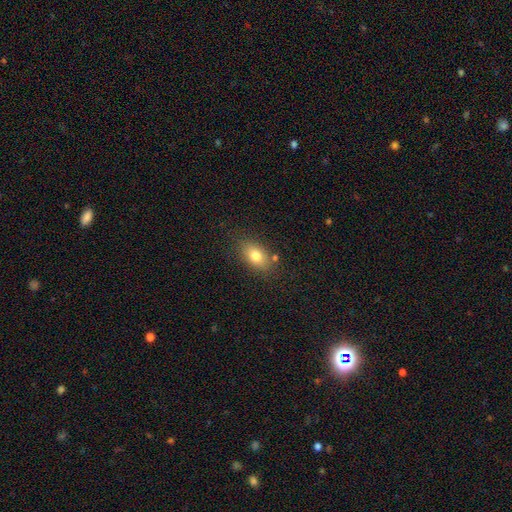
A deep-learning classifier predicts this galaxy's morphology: smooth_or_featured: smooth (p=0.79) [alt: featured or disk p=0.11]
how_rounded: in between (p=0.84) [alt: round p=0.13]
merging: none (p=0.79) [alt: minor disturbance p=0.13]